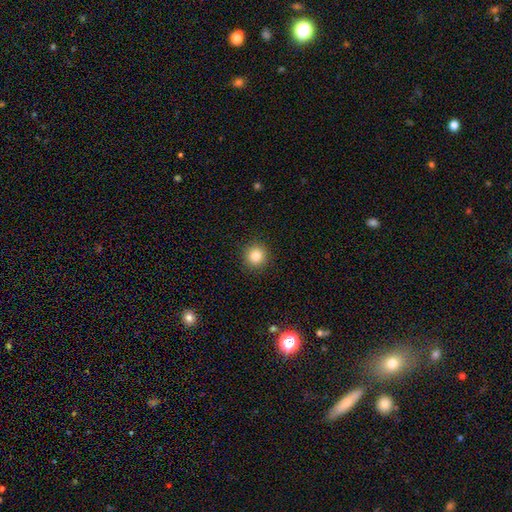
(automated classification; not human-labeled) Smooth or featured? Predicted: smooth (p=0.84). How rounded? Predicted: round (p=0.93). Merging? Predicted: none (p=0.91).